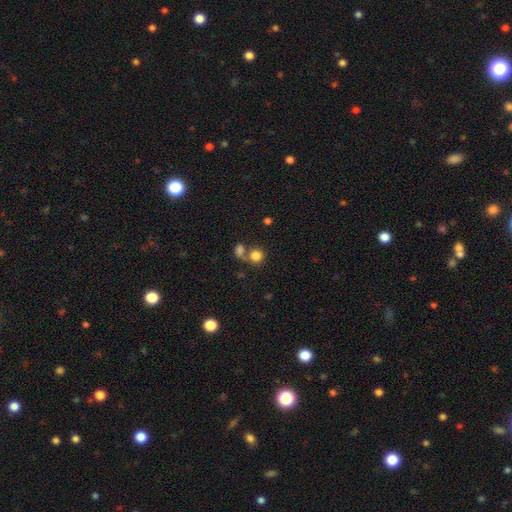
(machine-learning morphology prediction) The model was most divided on "merging": none: 52%, merger: 35%, minor disturbance: 8%, major disturbance: 5%. More confident: how rounded — round (85%); smooth or featured — smooth (81%).